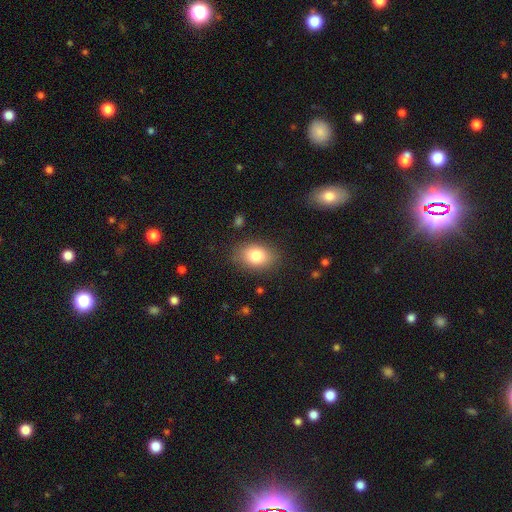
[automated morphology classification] Smooth or featured? smooth (81%)
How rounded? in between (77%)
Merging? none (84%)